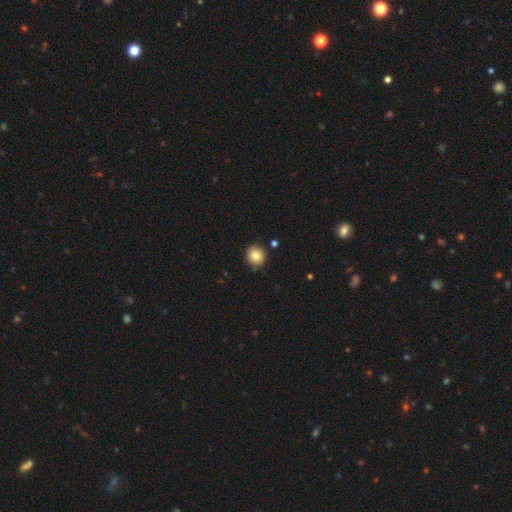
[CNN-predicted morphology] smooth 85%, star or artifact 9%, featured or disk 6%. Down the decision tree: how rounded — round (90%); merging — none (86%).